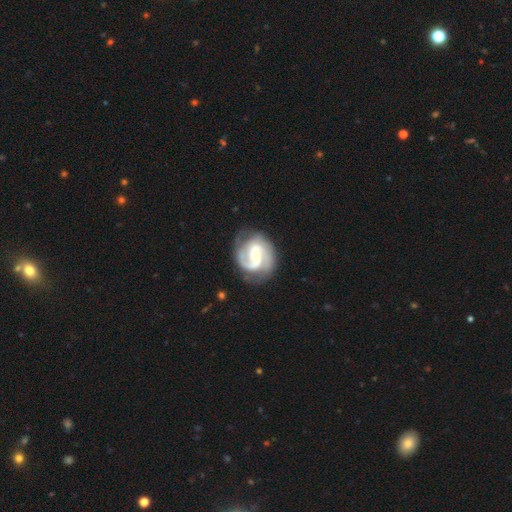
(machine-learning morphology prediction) Q: Smooth or featured?
A: featured or disk (90%); runner-up: smooth (6%)
Q: Edge-on disk?
A: no (98%); runner-up: yes (2%)
Q: Bar?
A: weak (49%); runner-up: no (34%)
Q: Spiral arms?
A: yes (98%); runner-up: no (2%)
Q: Spiral winding?
A: medium (52%); runner-up: tight (35%)
Q: Spiral arm count?
A: 2 (84%); runner-up: 3 (7%)
Q: Bulge size?
A: moderate (53%); runner-up: small (40%)
Q: Merging?
A: none (77%); runner-up: minor disturbance (15%)